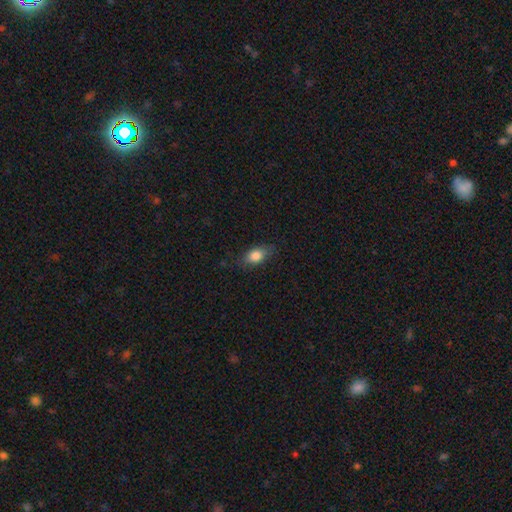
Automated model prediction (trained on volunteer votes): Smooth or featured?
  - smooth: 82% *
  - featured or disk: 10%
  - star or artifact: 8%
How rounded?
  - in between: 79% *
  - round: 15%
  - cigar-shaped: 6%
Merging?
  - none: 78% *
  - minor disturbance: 17%
  - major disturbance: 4%
  - merger: 1%